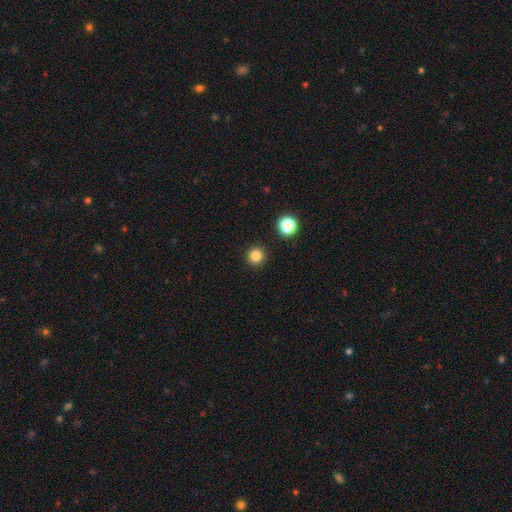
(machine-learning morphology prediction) Overall: smooth (83%). How rounded: round (93%). Merging: none (92%).